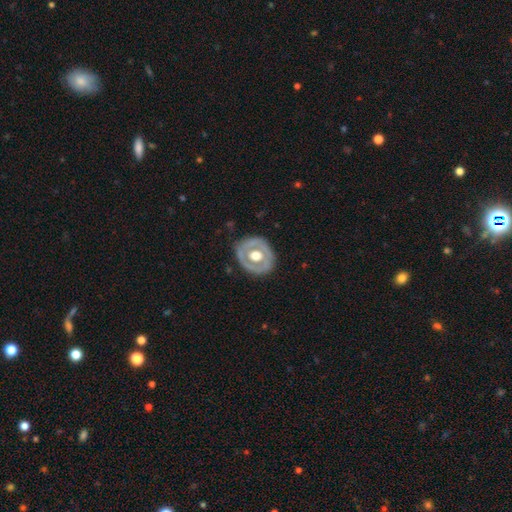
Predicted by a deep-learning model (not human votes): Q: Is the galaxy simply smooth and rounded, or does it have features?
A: featured or disk — 63%.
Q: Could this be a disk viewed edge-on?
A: no — 94%.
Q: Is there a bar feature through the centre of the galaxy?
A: no — 84%.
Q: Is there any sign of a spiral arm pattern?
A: no — 83%.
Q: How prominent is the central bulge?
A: moderate — 54%.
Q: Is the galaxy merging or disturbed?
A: none — 79%.